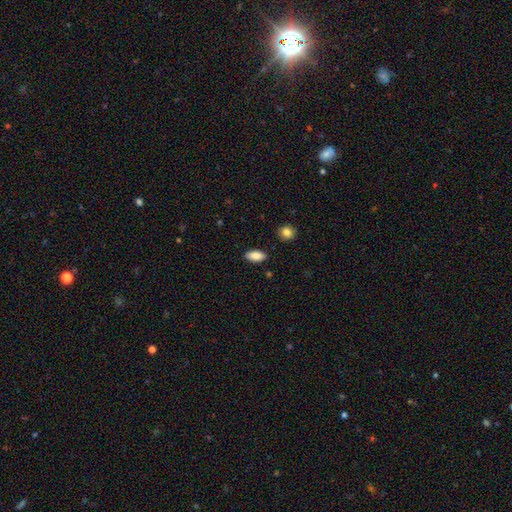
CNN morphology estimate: type=smooth (86%); roundness=in between (90%); merging=none (89%).